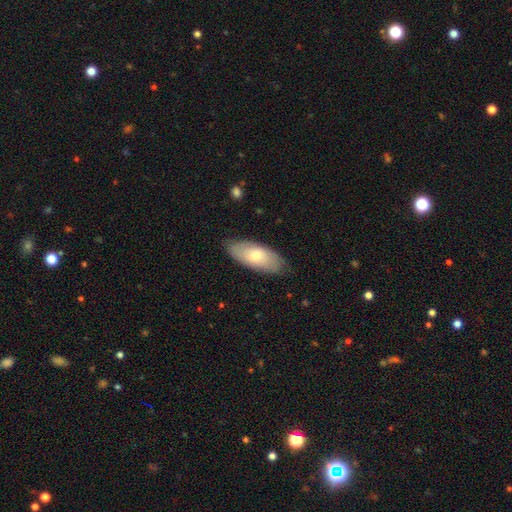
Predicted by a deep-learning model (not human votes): The model was most divided on "smooth or featured": smooth: 64%, featured or disk: 30%, star or artifact: 6%. More confident: how rounded — in between (84%); merging — none (79%).